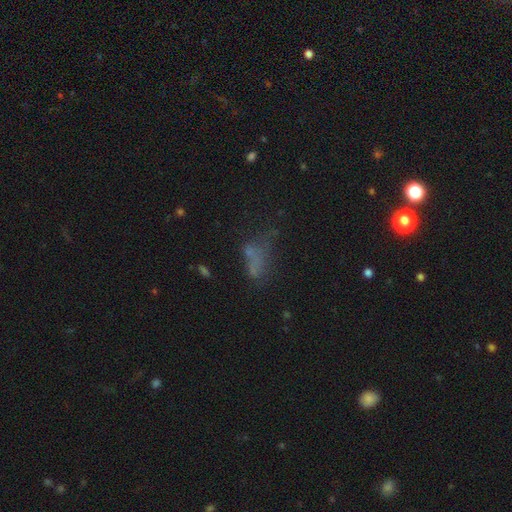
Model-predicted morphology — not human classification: smooth 48%, star or artifact 26%, featured or disk 26%. Down the decision tree: merging — none (35%).